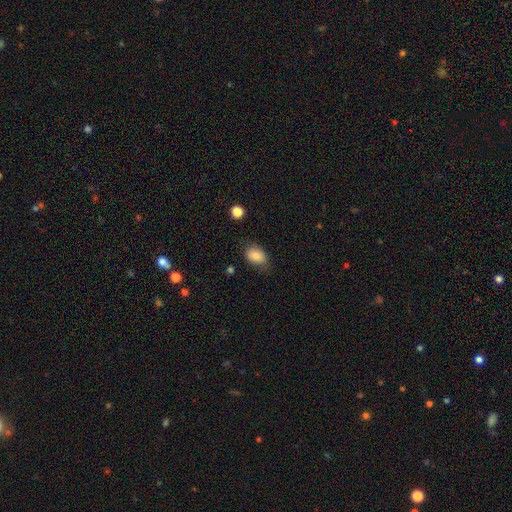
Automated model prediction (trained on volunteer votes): Smooth or featured? smooth (82%)
How rounded? in between (80%)
Merging? none (68%)